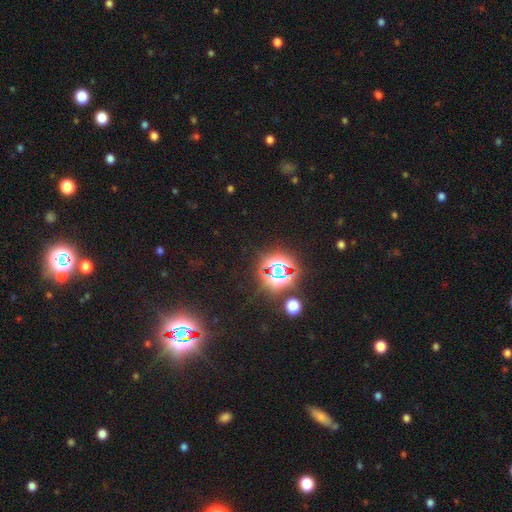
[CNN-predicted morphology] smooth_or_featured: star or artifact (p=0.82) [alt: smooth p=0.11]